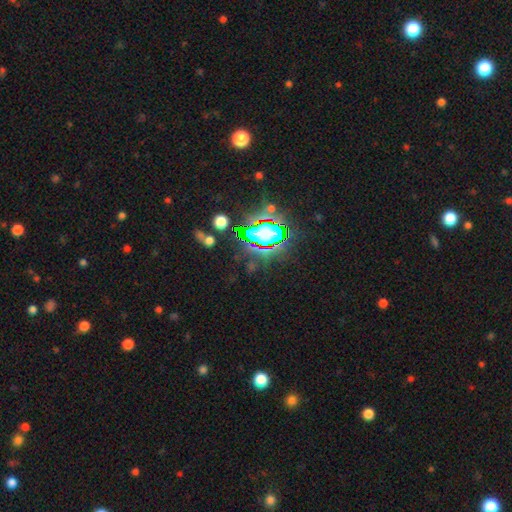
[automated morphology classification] Smooth or featured? Predicted: star or artifact (p=0.79).